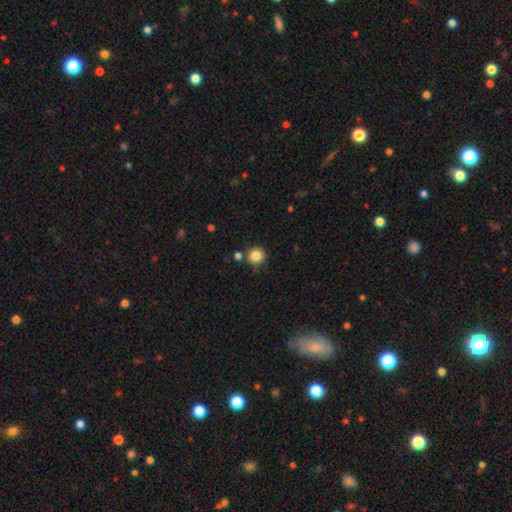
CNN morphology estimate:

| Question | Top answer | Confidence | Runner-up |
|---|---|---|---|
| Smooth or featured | smooth | 84% | star or artifact (11%) |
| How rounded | round | 92% | in between (7%) |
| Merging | none | 77% | minor disturbance (11%) |